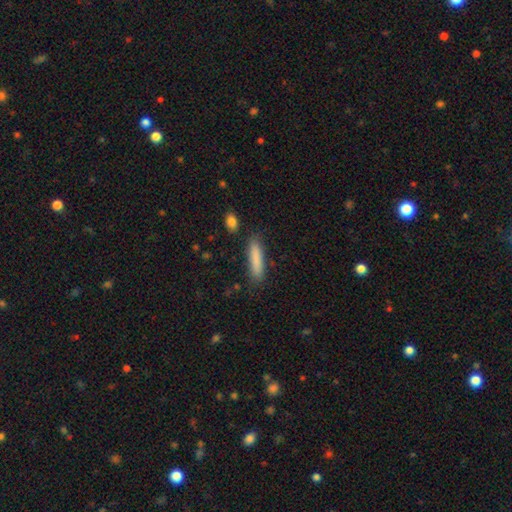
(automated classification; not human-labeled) smooth-or-featured: smooth: 84% | featured or disk: 9% | star or artifact: 7%
  how-rounded: cigar-shaped: 85% | in between: 14% | round: 1%
  merging: none: 85% | minor disturbance: 11% | major disturbance: 2% | merger: 2%